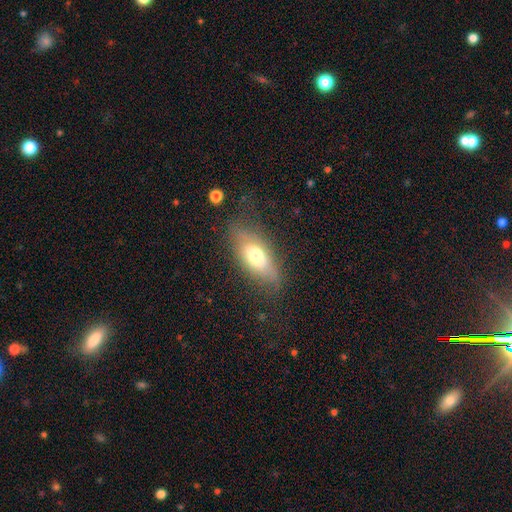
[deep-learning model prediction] A smooth galaxy with no disk features (63%) that is in between round and cigar-shaped (79%).

Vote fractions:
- Smooth or featured? smooth: 63% / featured or disk: 29% / star or artifact: 8%
- How rounded? in between: 79% / cigar-shaped: 17% / round: 4%
- Merging? none: 65% / minor disturbance: 23% / major disturbance: 10% / merger: 2%